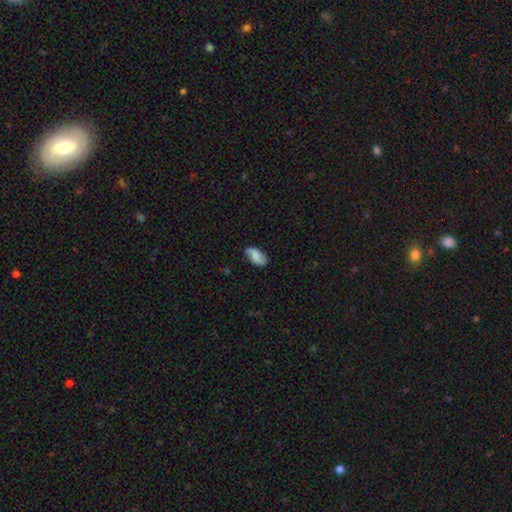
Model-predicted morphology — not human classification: Smooth or featured?
  - smooth: 66% *
  - featured or disk: 25%
  - star or artifact: 8%
How rounded?
  - in between: 93% *
  - round: 4%
  - cigar-shaped: 3%
Merging?
  - none: 73% *
  - minor disturbance: 21%
  - major disturbance: 5%
  - merger: 2%